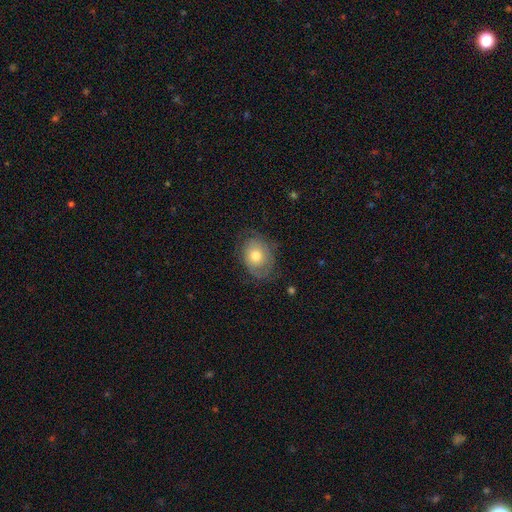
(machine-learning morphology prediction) A smooth galaxy with no disk features (64%) that is in between round and cigar-shaped (52%). Merging: none (64%).